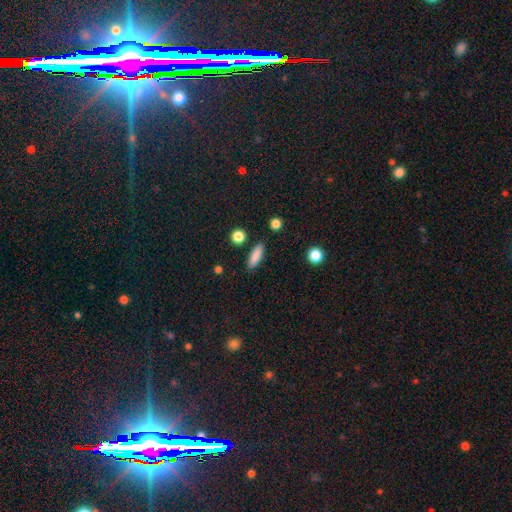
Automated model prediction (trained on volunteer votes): Overall: smooth (86%). How rounded: cigar-shaped (53%; in between 44%). Merging: none (87%).